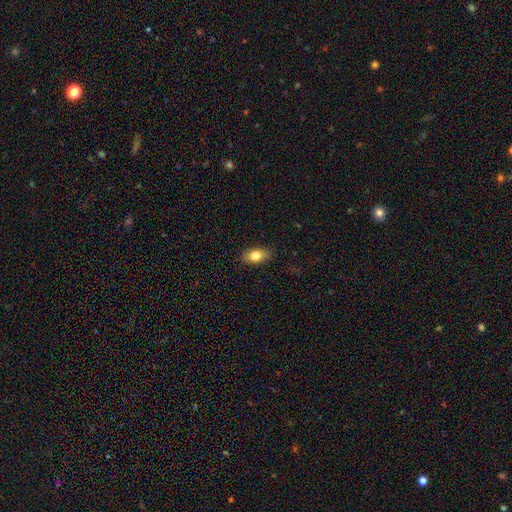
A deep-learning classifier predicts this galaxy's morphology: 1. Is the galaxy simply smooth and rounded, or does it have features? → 78% smooth, 14% featured or disk, 8% star or artifact.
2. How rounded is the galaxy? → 84% in between, 9% cigar-shaped, 7% round.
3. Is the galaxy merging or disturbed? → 87% none, 10% minor disturbance, 2% major disturbance, 1% merger.